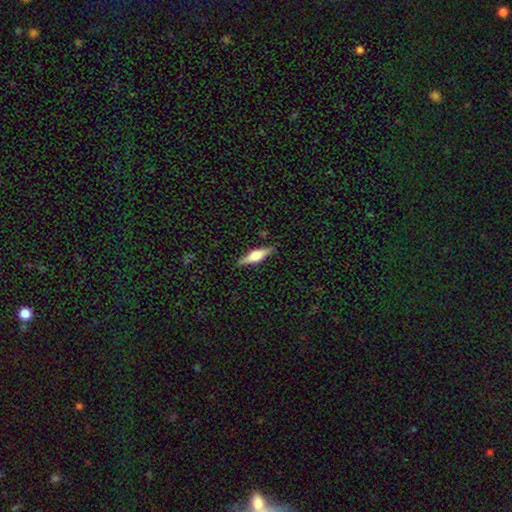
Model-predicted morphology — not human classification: featured or disk 51%, smooth 43%, star or artifact 6%. Down the decision tree: edge-on disk — yes (95%); merging — none (87%).